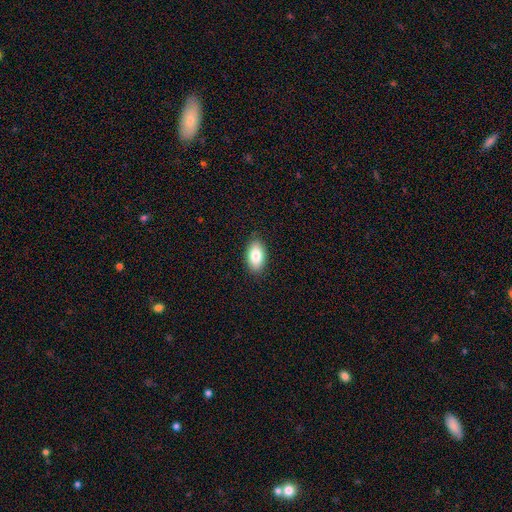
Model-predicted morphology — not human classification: A smooth galaxy with no disk features (83%) that is in between round and cigar-shaped (93%).

Vote fractions:
- Smooth or featured? smooth: 83% / featured or disk: 10% / star or artifact: 7%
- How rounded? in between: 93% / round: 4% / cigar-shaped: 2%
- Merging? none: 88% / minor disturbance: 9% / major disturbance: 2% / merger: 1%